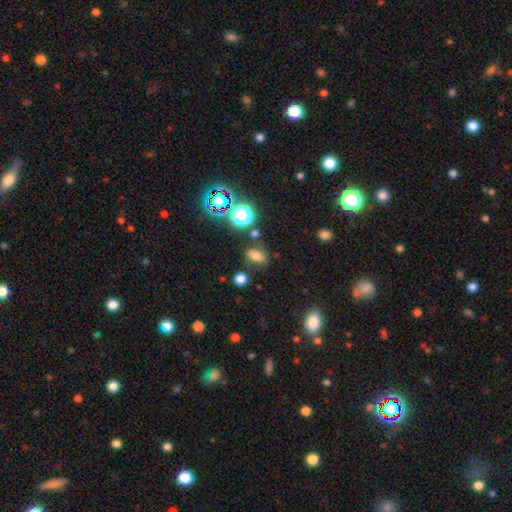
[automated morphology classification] A smooth galaxy with no disk features (67%) that is in between round and cigar-shaped (72%).

Vote fractions:
- Smooth or featured? smooth: 67% / star or artifact: 22% / featured or disk: 12%
- How rounded? in between: 72% / round: 24% / cigar-shaped: 3%
- Merging? none: 70% / minor disturbance: 17% / merger: 7% / major disturbance: 6%